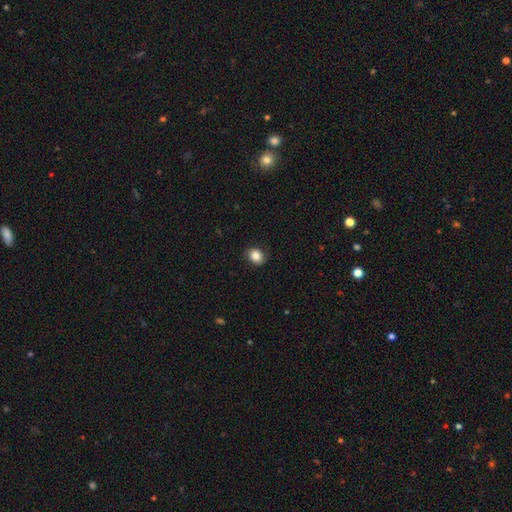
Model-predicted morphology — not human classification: Overall: smooth (85%). How rounded: round (52%; in between 47%). Merging: none (85%).